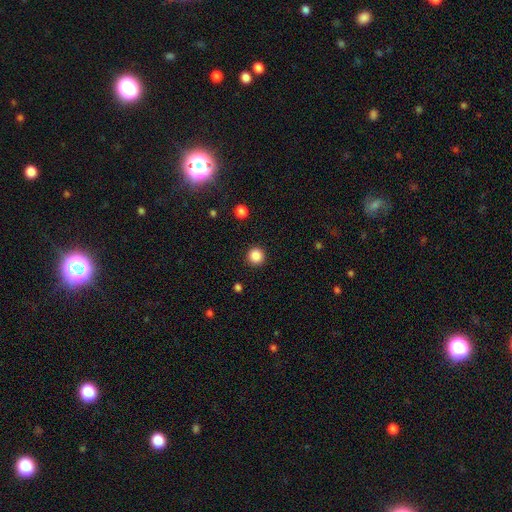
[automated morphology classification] A smooth galaxy with no disk features (86%) that is round (95%). Merging: none (92%).